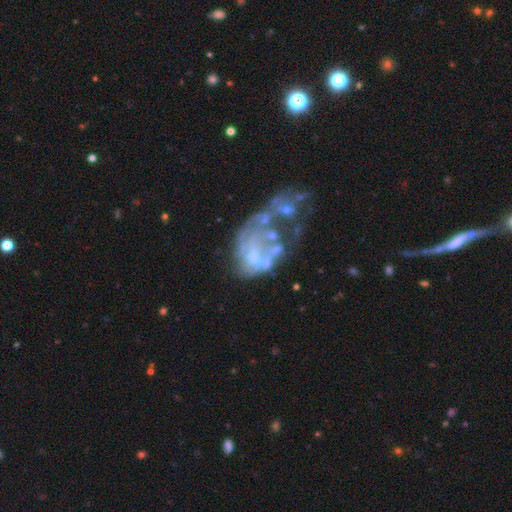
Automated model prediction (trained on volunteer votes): A featured or disk galaxy (70%) with no bar (82%), no spiral arms (79%) and no central bulge (64%).

Vote fractions:
- Smooth or featured? featured or disk: 70% / smooth: 17% / star or artifact: 13%
- Edge-on disk? no: 98% / yes: 2%
- Bar? no: 82% / weak: 13% / strong: 4%
- Spiral arms? no: 79% / yes: 21%
- Bulge size? none: 64% / small: 19% / moderate: 14% / large: 2% / dominant: 1%
- Merging? major disturbance: 39% / merger: 27% / none: 20% / minor disturbance: 13%